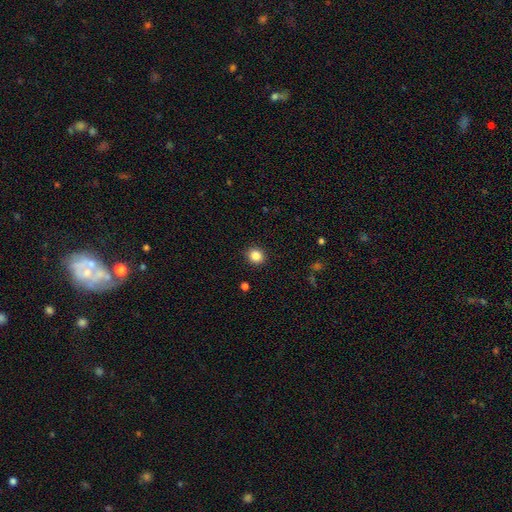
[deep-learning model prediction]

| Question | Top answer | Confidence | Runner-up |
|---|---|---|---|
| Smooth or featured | smooth | 85% | star or artifact (11%) |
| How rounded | round | 88% | in between (11%) |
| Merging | none | 92% | minor disturbance (5%) |